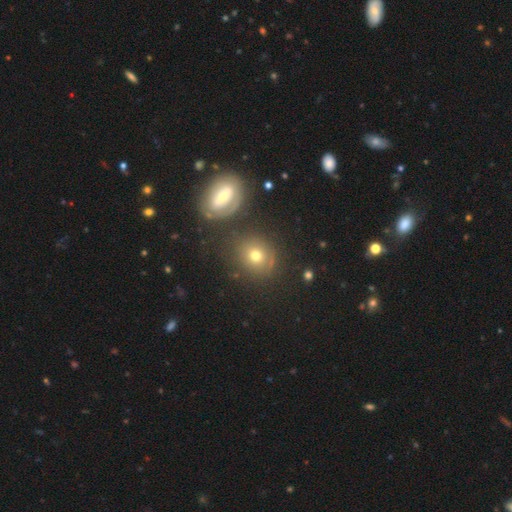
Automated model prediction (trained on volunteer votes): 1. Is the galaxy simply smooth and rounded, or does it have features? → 61% smooth, 25% featured or disk, 15% star or artifact.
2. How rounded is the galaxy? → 74% round, 25% in between, 1% cigar-shaped.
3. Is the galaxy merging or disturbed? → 72% none, 13% minor disturbance, 10% merger, 6% major disturbance.